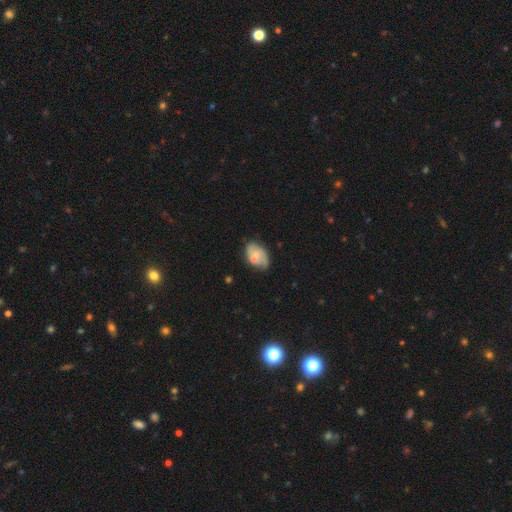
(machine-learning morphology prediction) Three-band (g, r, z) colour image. It shows a smooth galaxy with no disk features (52%) that is in between round and cigar-shaped (85%). Merging: none (53%).